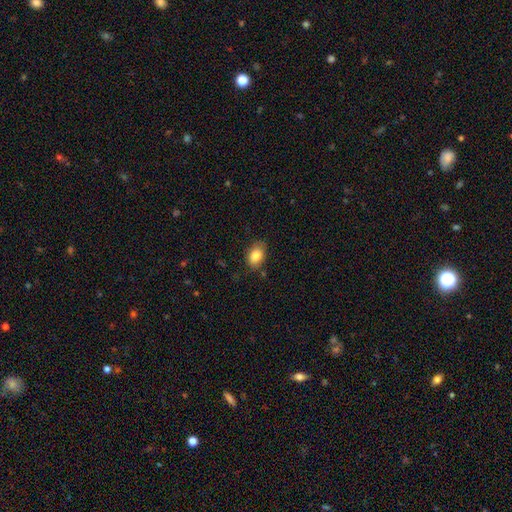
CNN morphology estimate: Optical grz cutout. It shows a smooth galaxy with no disk features (84%) that is in between round and cigar-shaped (84%). Merging: none (79%).